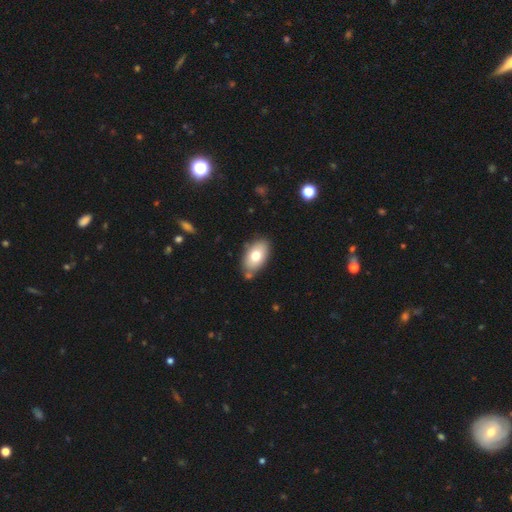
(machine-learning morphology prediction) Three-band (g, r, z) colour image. It shows a smooth galaxy with no disk features (74%) that is in between round and cigar-shaped (92%). Merging: none (75%).